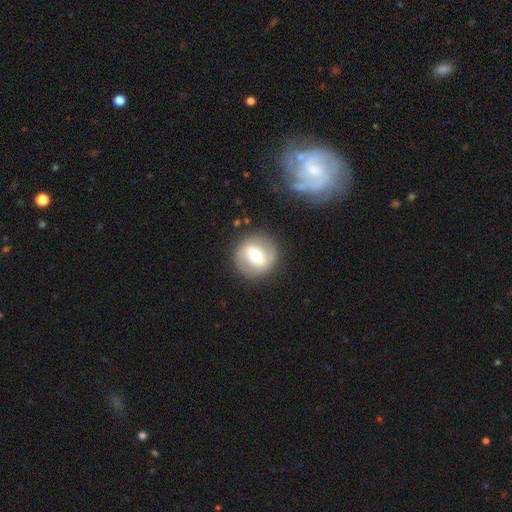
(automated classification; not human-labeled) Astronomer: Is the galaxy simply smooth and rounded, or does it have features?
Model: featured or disk — 57% (runner-up: smooth, 36%).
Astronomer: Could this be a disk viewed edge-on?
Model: no — 92%.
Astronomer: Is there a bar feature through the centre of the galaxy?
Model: strong — 49% (runner-up: weak, 36%).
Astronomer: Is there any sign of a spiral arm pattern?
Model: no — 55% (runner-up: yes, 45%).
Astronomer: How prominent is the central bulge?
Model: moderate — 68%.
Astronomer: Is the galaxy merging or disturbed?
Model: none — 86%.